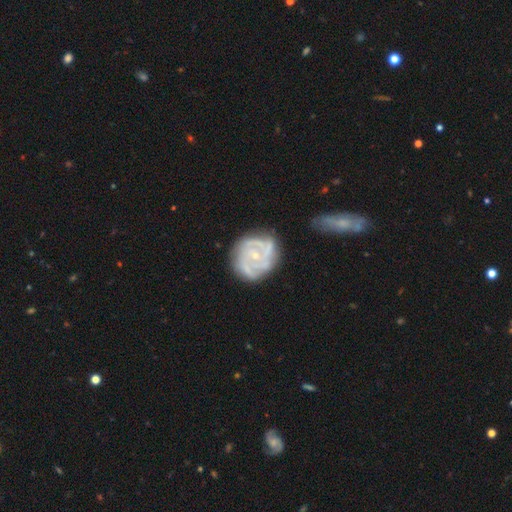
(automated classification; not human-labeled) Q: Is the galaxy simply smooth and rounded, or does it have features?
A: featured or disk — 83%.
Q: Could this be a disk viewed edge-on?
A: no — 98%.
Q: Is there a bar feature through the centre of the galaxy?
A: no — 72%.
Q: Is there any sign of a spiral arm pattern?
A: yes — 93%.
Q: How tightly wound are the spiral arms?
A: tight — 59%.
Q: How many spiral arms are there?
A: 3 — 37%.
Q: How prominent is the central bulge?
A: small — 71%.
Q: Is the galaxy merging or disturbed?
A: none — 68%.